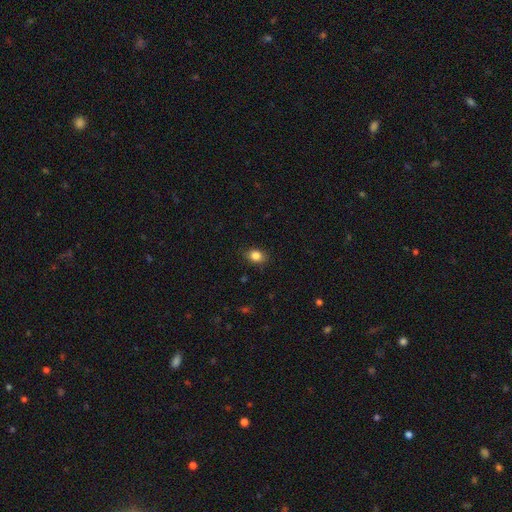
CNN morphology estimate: Smooth or featured? smooth (85%)
How rounded? in between (65%)
Merging? none (85%)